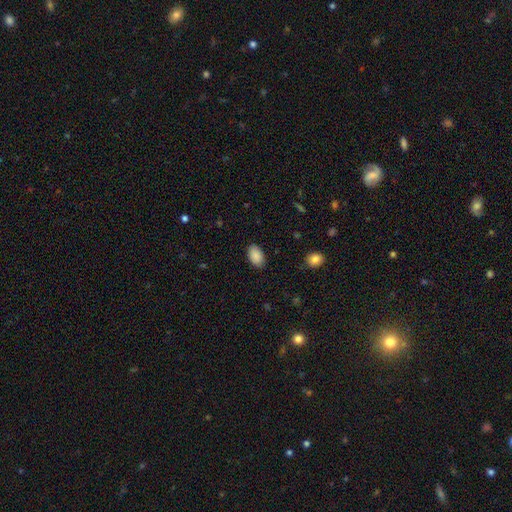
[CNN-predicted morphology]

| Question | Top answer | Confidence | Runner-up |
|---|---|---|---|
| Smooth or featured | smooth | 89% | star or artifact (7%) |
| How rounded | in between | 92% | round (7%) |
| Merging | none | 86% | minor disturbance (10%) |